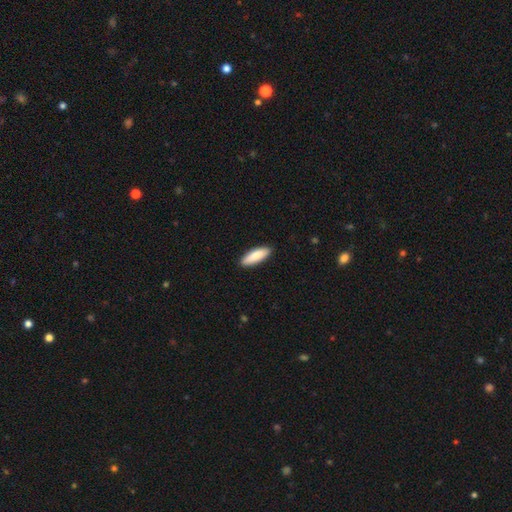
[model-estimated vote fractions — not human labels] A smooth galaxy with no disk features (84%) that is in between round and cigar-shaped (51%).

Vote fractions:
- Smooth or featured? smooth: 84% / featured or disk: 10% / star or artifact: 5%
- How rounded? in between: 51% / cigar-shaped: 47% / round: 2%
- Merging? none: 90% / minor disturbance: 7% / major disturbance: 2% / merger: 1%